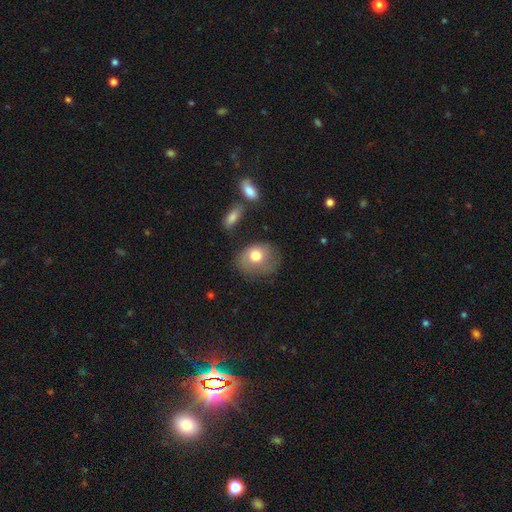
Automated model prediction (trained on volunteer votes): The model was most divided on "how rounded": round: 50%, in between: 49%, cigar-shaped: 1%. More confident: smooth or featured — smooth (72%); merging — none (52%).